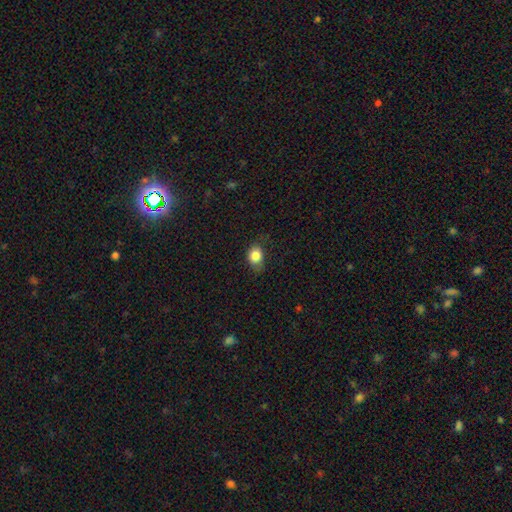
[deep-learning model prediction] smooth 83%, star or artifact 10%, featured or disk 7%. Down the decision tree: how rounded — in between (56%); merging — none (70%).